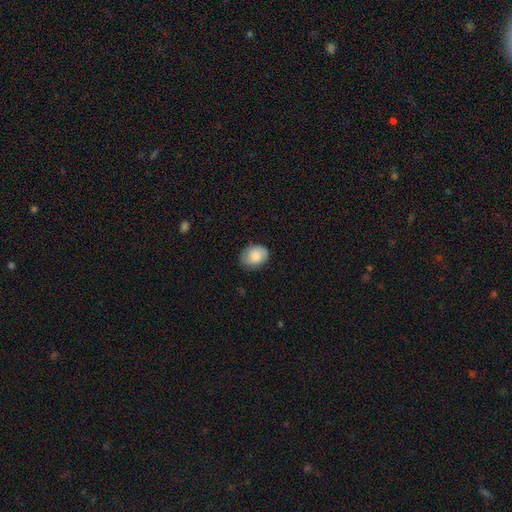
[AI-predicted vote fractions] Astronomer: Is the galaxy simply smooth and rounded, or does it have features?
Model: smooth — 83%.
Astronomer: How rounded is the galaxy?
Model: in between — 63%.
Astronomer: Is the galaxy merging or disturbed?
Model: none — 78%.